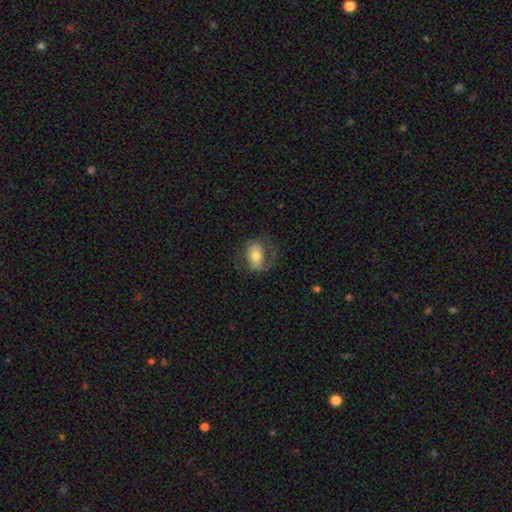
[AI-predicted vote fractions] A featured or disk galaxy (50%). Merging: none (60%).